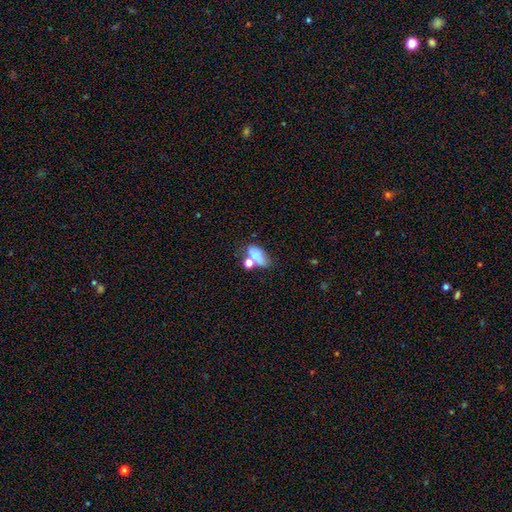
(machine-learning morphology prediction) smooth_or_featured: smooth (p=0.71) [alt: featured or disk p=0.17]
how_rounded: in between (p=0.84) [alt: round p=0.11]
merging: none (p=0.36) [alt: merger p=0.33]